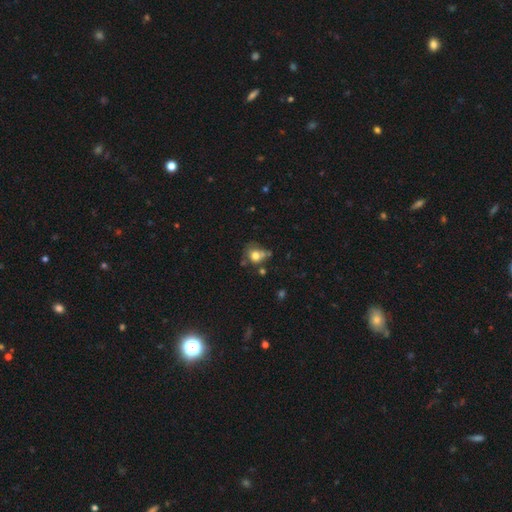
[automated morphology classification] smooth 72%, featured or disk 15%, star or artifact 12%. Down the decision tree: how rounded — round (71%); merging — none (43%).